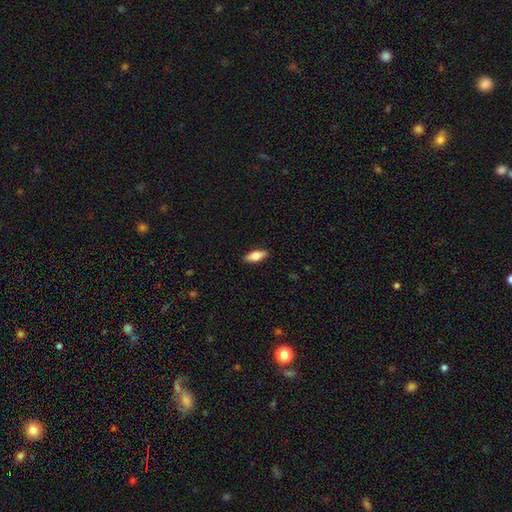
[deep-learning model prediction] This is likely a smooth galaxy (70%). How rounded: likely in between (74%). Merging: clearly none (89%).